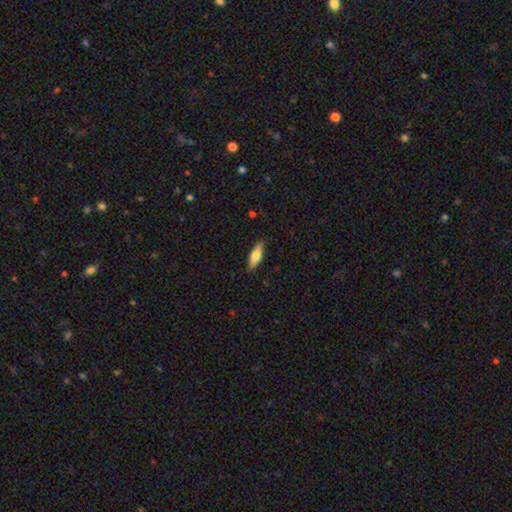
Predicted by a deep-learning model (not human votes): This is likely a smooth galaxy (70%). How rounded: possibly in between (51%). Merging: clearly none (86%).